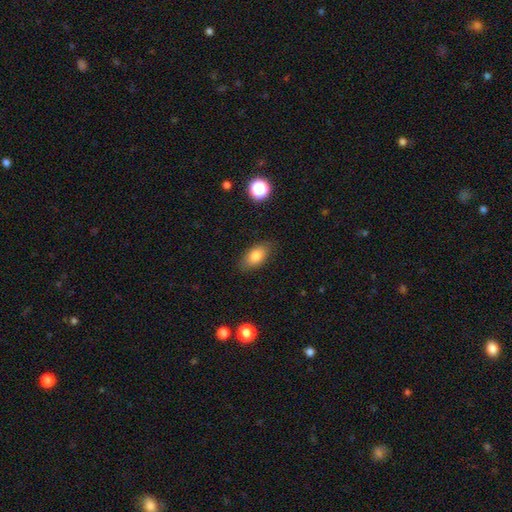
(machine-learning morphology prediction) type=smooth (81%); roundness=in between (89%); merging=none (82%).